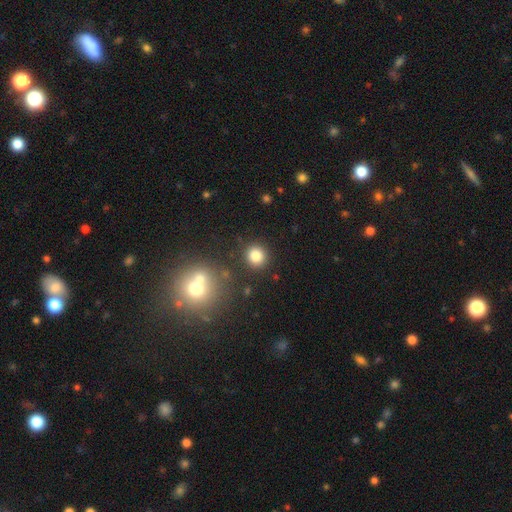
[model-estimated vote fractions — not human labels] The model was most divided on "smooth or featured": smooth: 82%, star or artifact: 12%, featured or disk: 6%. More confident: how rounded — round (88%); merging — none (86%).